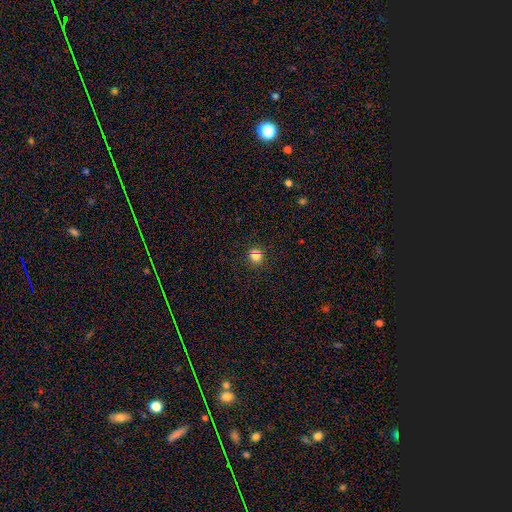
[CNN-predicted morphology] Smooth or featured? smooth (80%)
How rounded? round (90%)
Merging? none (90%)